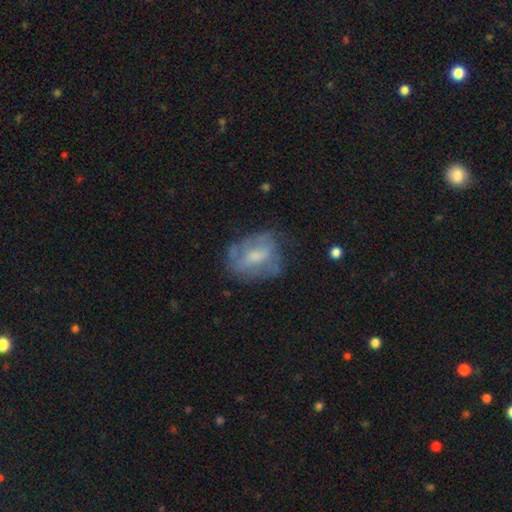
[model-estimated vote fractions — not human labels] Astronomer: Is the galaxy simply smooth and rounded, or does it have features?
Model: featured or disk — 54% (runner-up: smooth, 38%).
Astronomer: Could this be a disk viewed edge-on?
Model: no — 96%.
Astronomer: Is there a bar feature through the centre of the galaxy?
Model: no — 47% (runner-up: weak, 42%).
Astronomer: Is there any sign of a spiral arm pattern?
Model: no — 52% (runner-up: yes, 48%).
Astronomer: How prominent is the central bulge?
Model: moderate — 42% (runner-up: small, 39%).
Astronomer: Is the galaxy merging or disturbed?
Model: none — 53%.